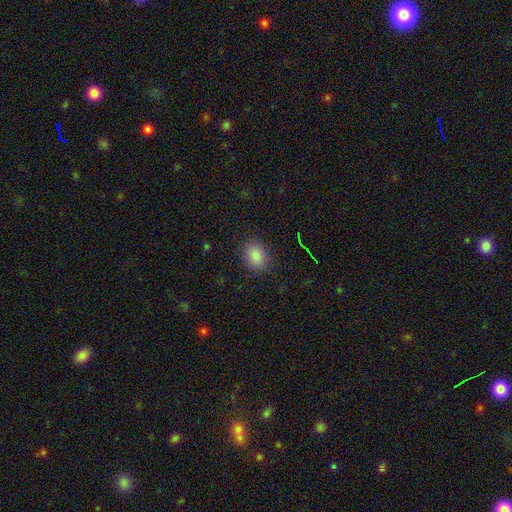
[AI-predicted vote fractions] This is clearly a smooth galaxy (84%). How rounded: possibly round (50%). Merging: clearly none (86%).